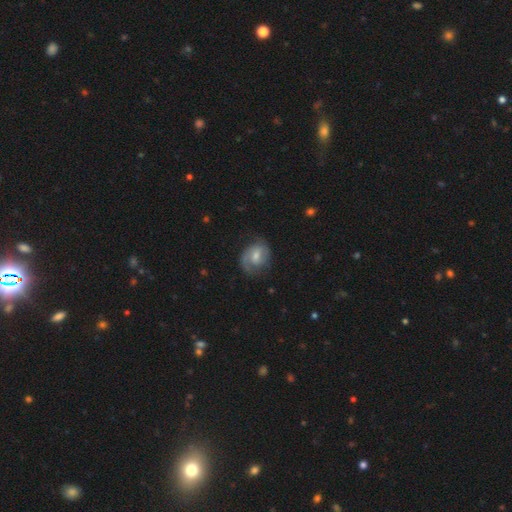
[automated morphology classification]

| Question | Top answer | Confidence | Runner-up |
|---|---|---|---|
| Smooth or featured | featured or disk | 62% | smooth (31%) |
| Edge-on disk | no | 97% | yes (3%) |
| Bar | weak | 52% | no (35%) |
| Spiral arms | yes | 87% | no (13%) |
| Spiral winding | medium | 43% | tight (36%) |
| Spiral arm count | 2 | 63% | 1 (19%) |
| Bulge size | moderate | 53% | small (36%) |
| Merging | none | 66% | minor disturbance (23%) |